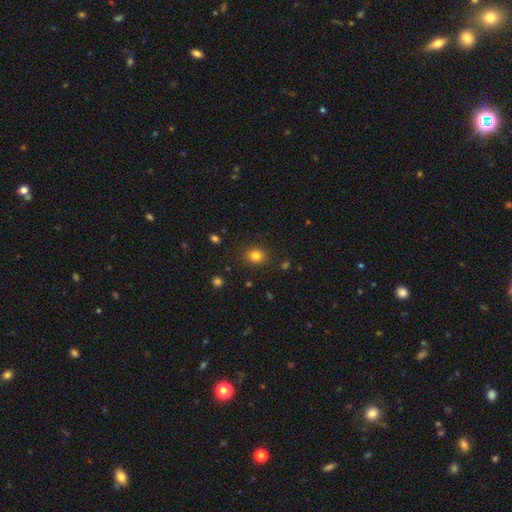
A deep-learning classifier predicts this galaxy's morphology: A smooth galaxy with no disk features (82%) that is round (67%). Merging: none (86%).